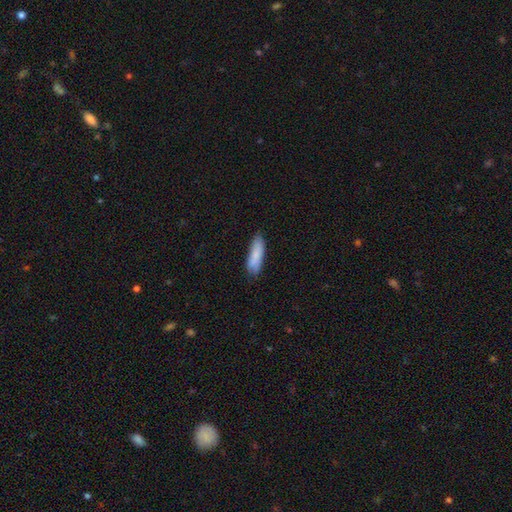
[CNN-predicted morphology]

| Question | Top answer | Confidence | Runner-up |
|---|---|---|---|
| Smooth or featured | smooth | 84% | featured or disk (10%) |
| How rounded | cigar-shaped | 52% | in between (46%) |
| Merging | none | 73% | minor disturbance (21%) |